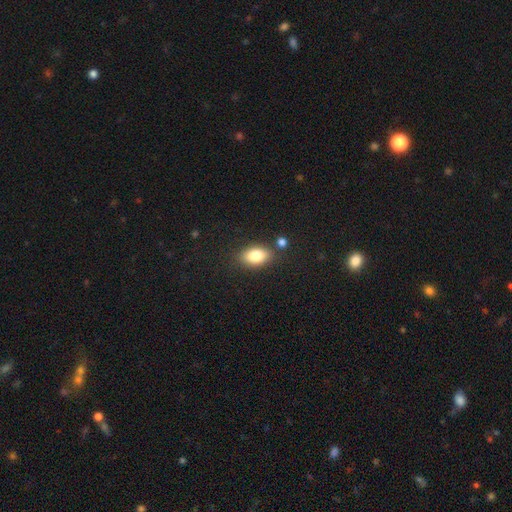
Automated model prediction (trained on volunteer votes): A smooth galaxy with no disk features (83%) that is in between round and cigar-shaped (89%). Merging: none (79%).